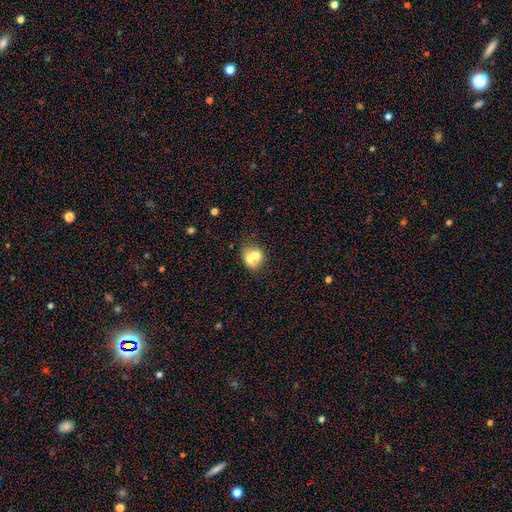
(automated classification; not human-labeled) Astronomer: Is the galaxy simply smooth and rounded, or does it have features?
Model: smooth — 62%.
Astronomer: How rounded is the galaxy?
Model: round — 69%.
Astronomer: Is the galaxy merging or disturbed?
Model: merger — 59%.